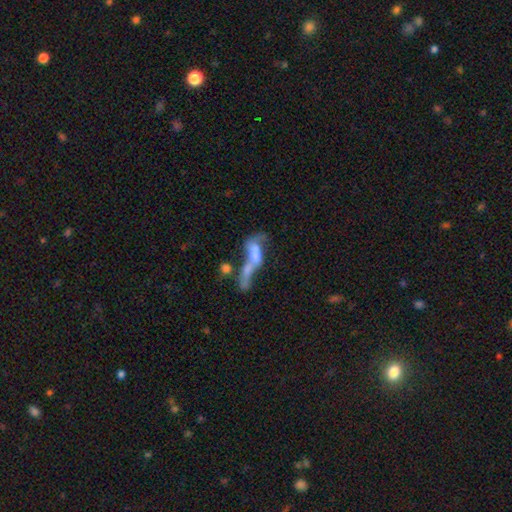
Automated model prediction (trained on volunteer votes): A featured or disk galaxy (45%).

Vote fractions:
- Smooth or featured? featured or disk: 45% / smooth: 42% / star or artifact: 13%
- Merging? merger: 58% / major disturbance: 22% / none: 13% / minor disturbance: 7%